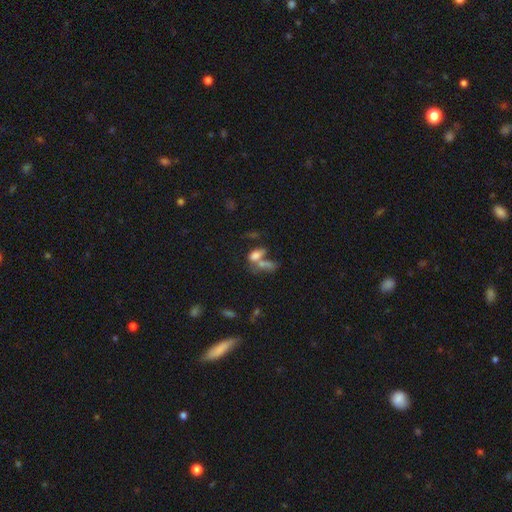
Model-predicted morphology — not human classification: smooth 67%, featured or disk 18%, star or artifact 14%. Down the decision tree: how rounded — in between (80%); merging — merger (53%).